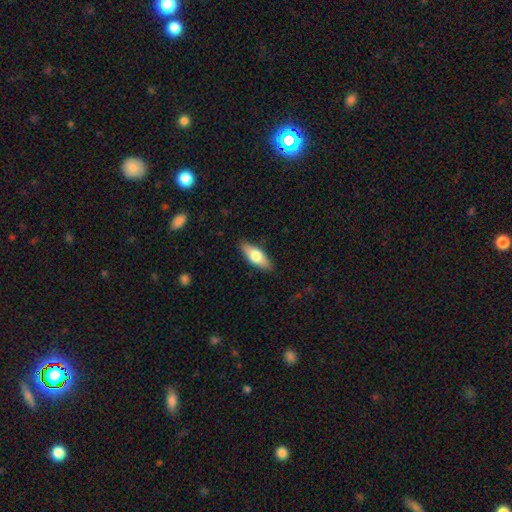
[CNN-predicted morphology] This is likely a smooth galaxy (64%). How rounded: likely in between (71%). Merging: clearly none (87%).